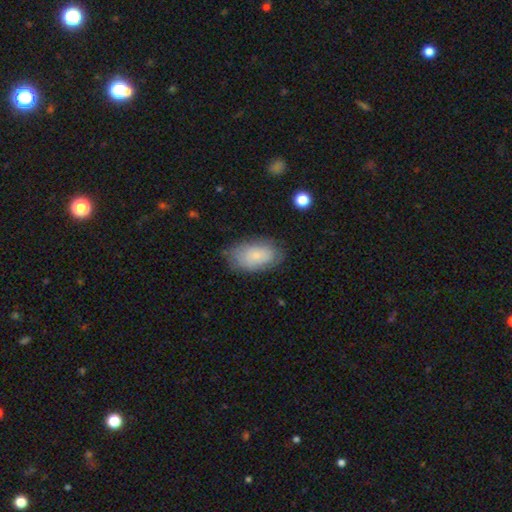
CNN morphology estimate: This appears to be a smooth galaxy with no disk features (72%) that is in between round and cigar-shaped (93%). Merging: none (72%).